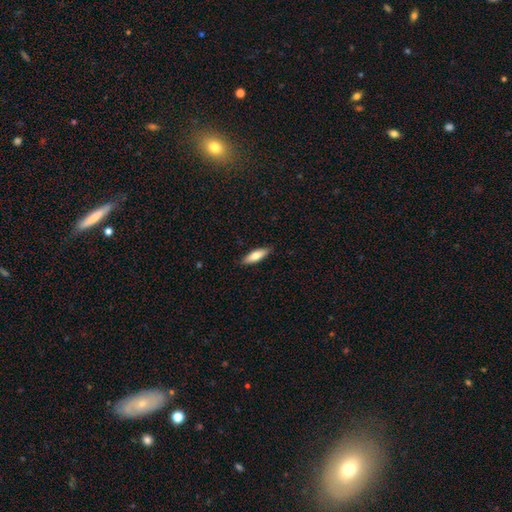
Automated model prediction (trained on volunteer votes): The model was most divided on "how rounded" (2-way tie): cigar-shaped: 49%, in between: 49%, round: 2%. More confident: merging — none (88%); smooth or featured — smooth (75%).